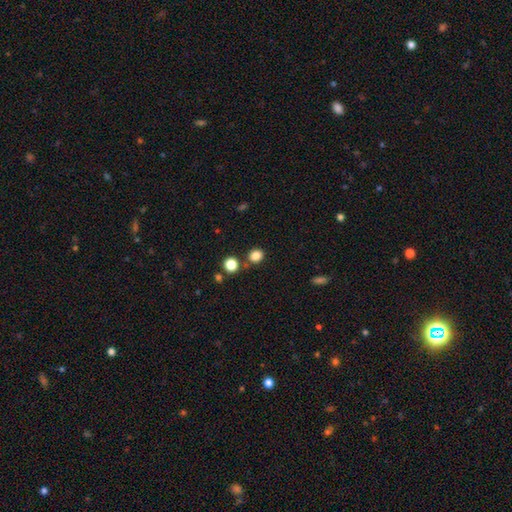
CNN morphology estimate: A smooth galaxy with no disk features (83%) that is round (70%). Merging: none (75%).